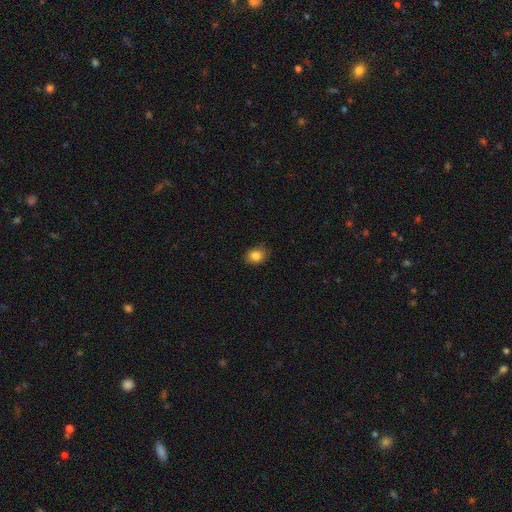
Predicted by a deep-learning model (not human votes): This is clearly a smooth galaxy (85%). How rounded: possibly in between (54%). Merging: clearly none (81%).